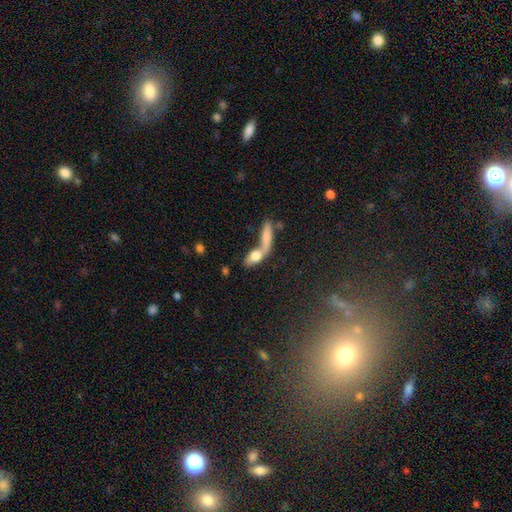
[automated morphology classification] This is likely a smooth galaxy (66%). How rounded: likely in between (63%). Merging: likely merger (63%).